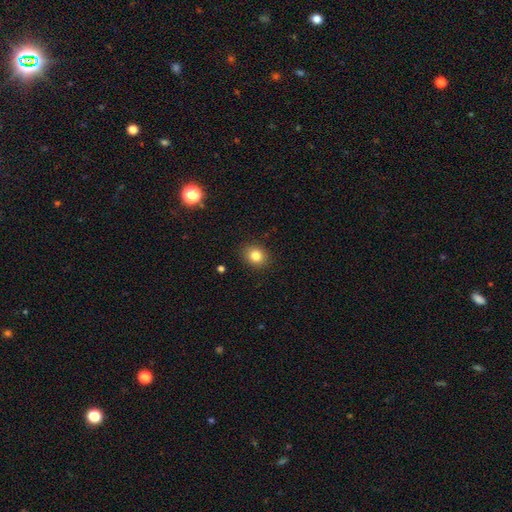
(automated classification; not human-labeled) smooth 82%, star or artifact 11%, featured or disk 7%. Down the decision tree: how rounded — round (70%); merging — none (89%).